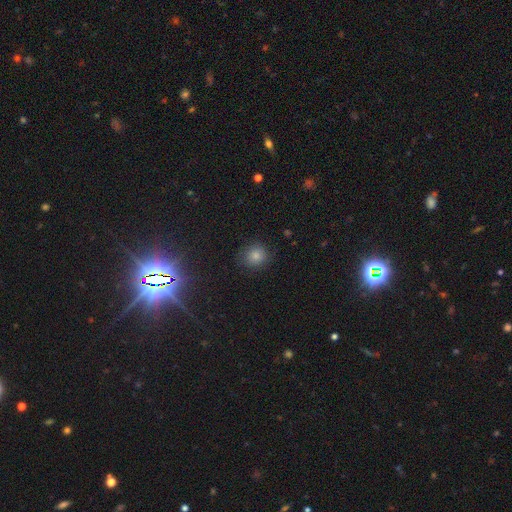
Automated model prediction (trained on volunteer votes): Smooth or featured?
  - smooth: 80% *
  - star or artifact: 14%
  - featured or disk: 6%
How rounded?
  - round: 84% *
  - in between: 15%
  - cigar-shaped: 1%
Merging?
  - none: 83% *
  - minor disturbance: 12%
  - major disturbance: 4%
  - merger: 1%